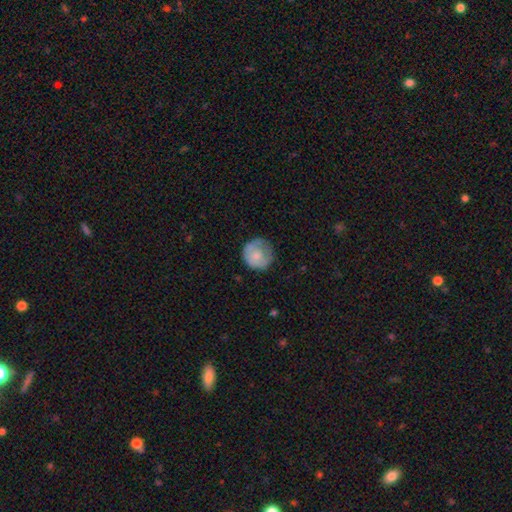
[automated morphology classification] This appears to be a smooth galaxy with no disk features (69%) that is round (92%). Merging: none (67%).